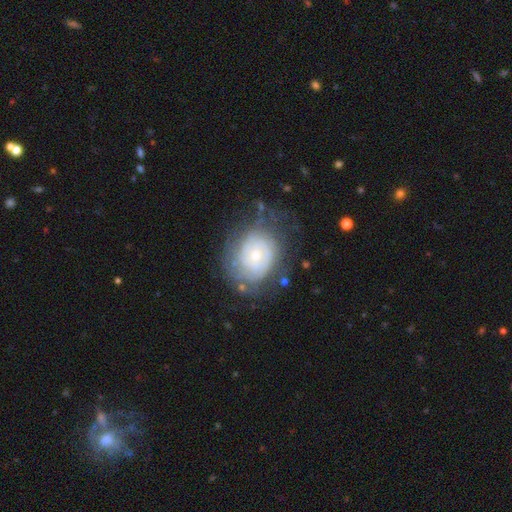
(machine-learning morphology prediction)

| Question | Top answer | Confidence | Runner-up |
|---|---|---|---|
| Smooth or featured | featured or disk | 71% | smooth (22%) |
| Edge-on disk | no | 97% | yes (3%) |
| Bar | no | 76% | weak (21%) |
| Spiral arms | yes | 84% | no (16%) |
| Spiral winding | tight | 71% | medium (22%) |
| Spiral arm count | can't tell | 54% | 2 (21%) |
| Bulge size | small | 63% | moderate (32%) |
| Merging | none | 61% | minor disturbance (23%) |